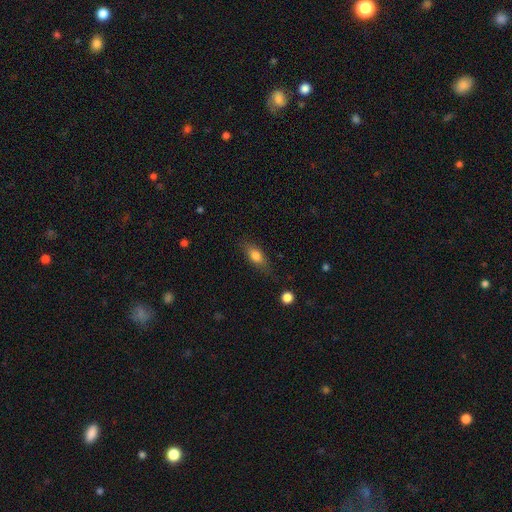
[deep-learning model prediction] Q: Smooth or featured?
A: smooth (72%); runner-up: featured or disk (20%)
Q: How rounded?
A: in between (71%); runner-up: cigar-shaped (23%)
Q: Merging?
A: none (77%); runner-up: minor disturbance (17%)